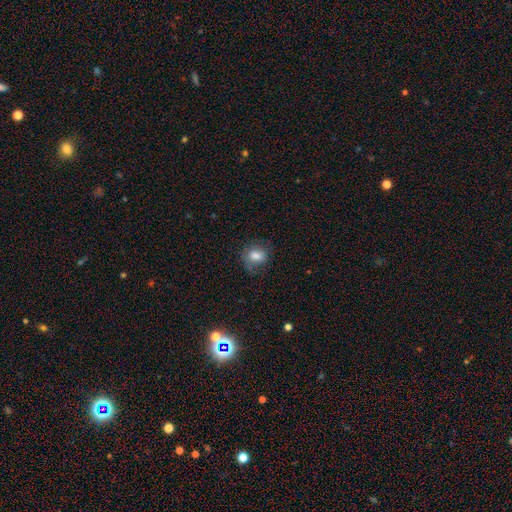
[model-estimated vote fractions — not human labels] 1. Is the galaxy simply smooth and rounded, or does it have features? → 73% smooth, 17% featured or disk, 10% star or artifact.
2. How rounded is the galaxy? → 52% round, 47% in between, 1% cigar-shaped.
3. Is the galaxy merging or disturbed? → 65% none, 22% minor disturbance, 11% major disturbance, 1% merger.